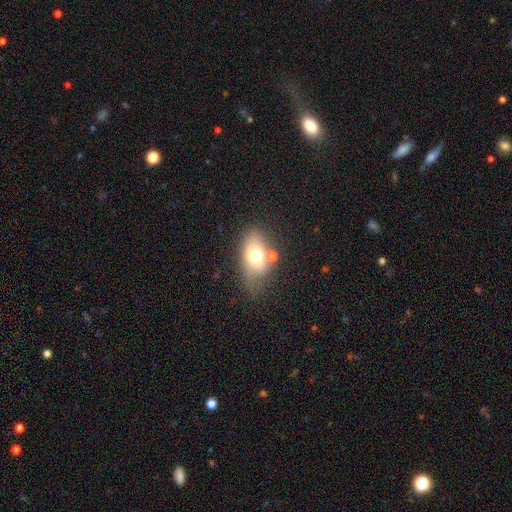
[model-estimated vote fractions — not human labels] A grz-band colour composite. It shows a smooth galaxy with no disk features (64%) that is in between round and cigar-shaped (81%). Merging: none (55%).